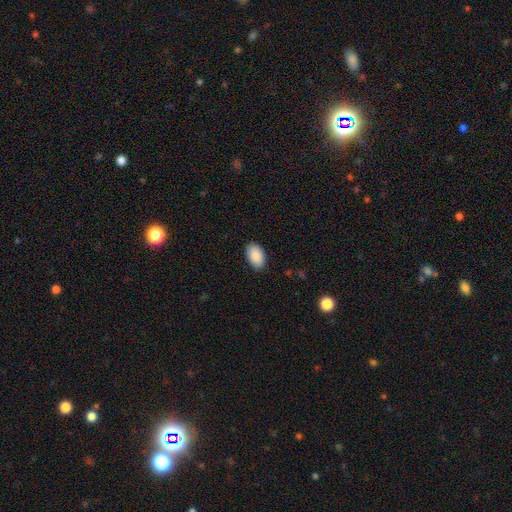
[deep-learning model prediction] smooth_or_featured: smooth (p=0.91) [alt: star or artifact p=0.06]
how_rounded: in between (p=0.93) [alt: round p=0.05]
merging: none (p=0.88) [alt: minor disturbance p=0.09]